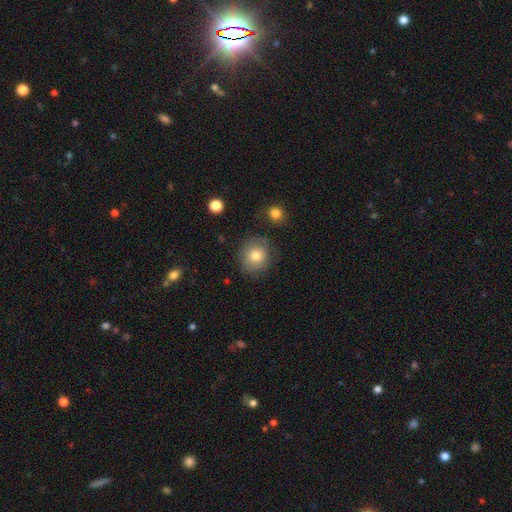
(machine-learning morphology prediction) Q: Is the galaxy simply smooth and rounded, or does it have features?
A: smooth — 78%.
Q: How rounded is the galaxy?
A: round — 88%.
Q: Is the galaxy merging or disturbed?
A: none — 80%.